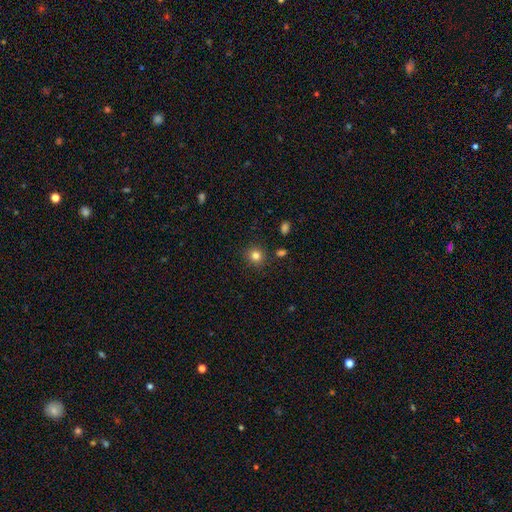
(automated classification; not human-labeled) This is clearly a smooth galaxy (81%). How rounded: clearly round (90%). Merging: clearly none (88%).